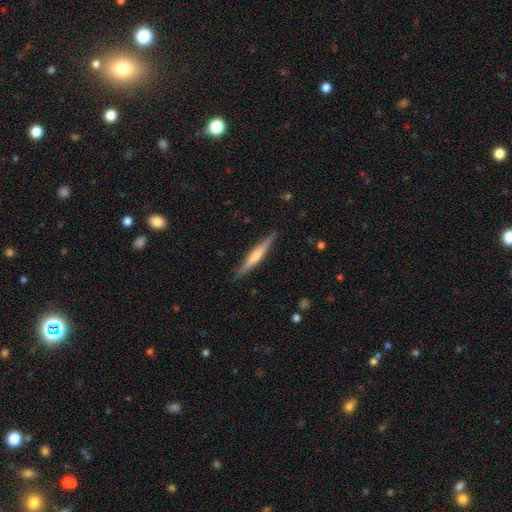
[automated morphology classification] featured or disk 51%, smooth 43%, star or artifact 5%. Down the decision tree: edge-on disk — yes (96%); merging — none (88%).